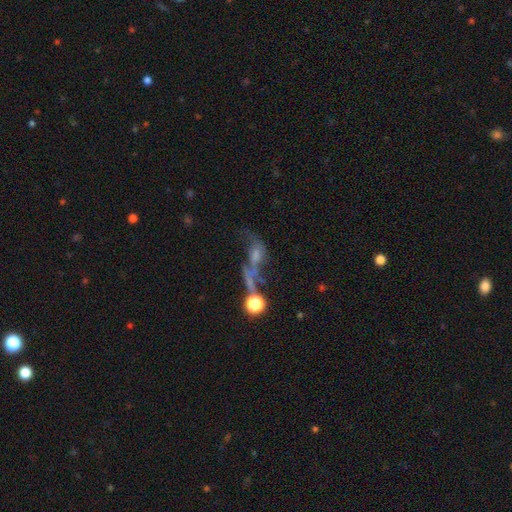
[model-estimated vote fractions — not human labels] The model was most divided on "merging": major disturbance: 36%, merger: 28%, none: 25%, minor disturbance: 11%. Remaining: smooth or featured — featured or disk (46%).